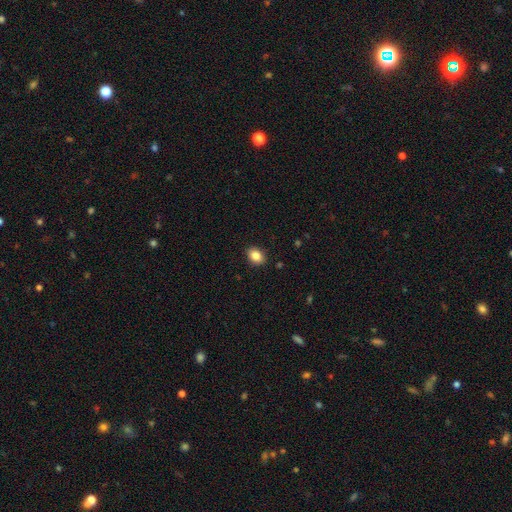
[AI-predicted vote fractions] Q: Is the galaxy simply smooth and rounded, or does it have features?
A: smooth — 85%.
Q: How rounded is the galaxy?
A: in between — 73%.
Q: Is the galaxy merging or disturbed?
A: none — 89%.